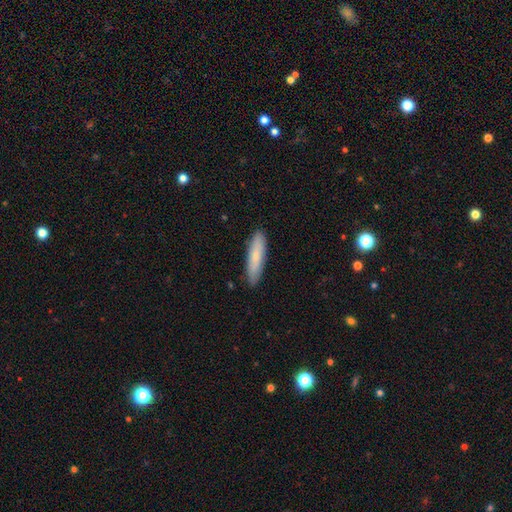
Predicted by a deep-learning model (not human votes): Morphology: type=smooth (77%); roundness=cigar-shaped (76%); merging=none (89%).